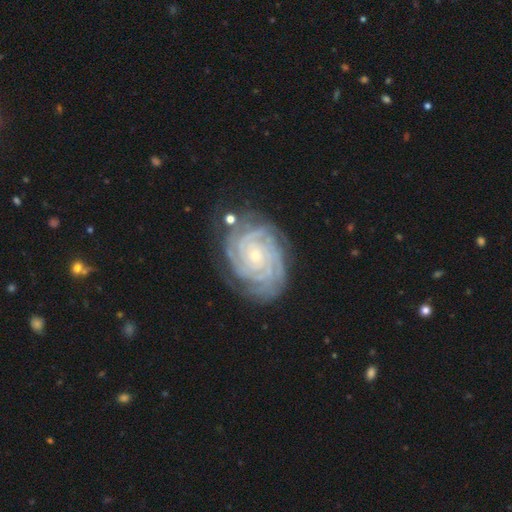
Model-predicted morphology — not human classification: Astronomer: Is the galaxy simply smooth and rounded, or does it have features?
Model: featured or disk — 91%.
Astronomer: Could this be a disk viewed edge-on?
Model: no — 98%.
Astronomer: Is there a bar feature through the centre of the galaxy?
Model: no — 77%.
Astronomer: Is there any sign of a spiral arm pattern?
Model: yes — 98%.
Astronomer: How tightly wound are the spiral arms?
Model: tight — 86%.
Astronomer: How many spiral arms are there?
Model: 4 — 29% (runner-up: more than 4, 19%).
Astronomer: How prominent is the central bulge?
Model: small — 78%.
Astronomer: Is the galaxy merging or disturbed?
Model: none — 77%.